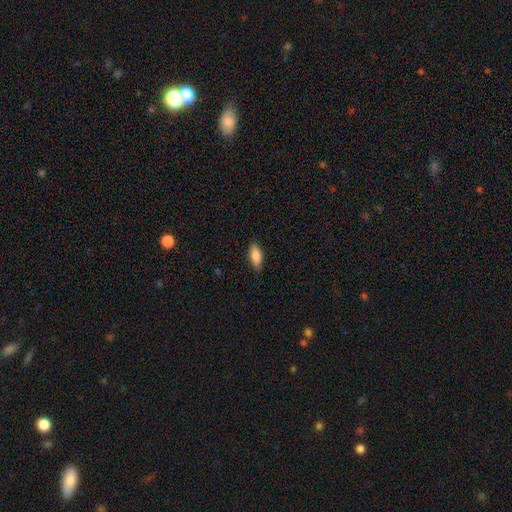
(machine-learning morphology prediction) Smooth or featured? smooth (80%)
How rounded? in between (76%)
Merging? none (86%)